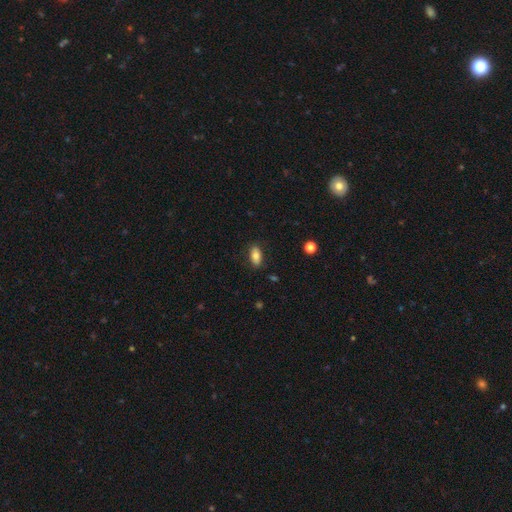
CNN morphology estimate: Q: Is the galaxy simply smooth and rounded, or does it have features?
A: smooth — 82%.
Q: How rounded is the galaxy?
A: in between — 89%.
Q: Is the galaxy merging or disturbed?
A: none — 86%.